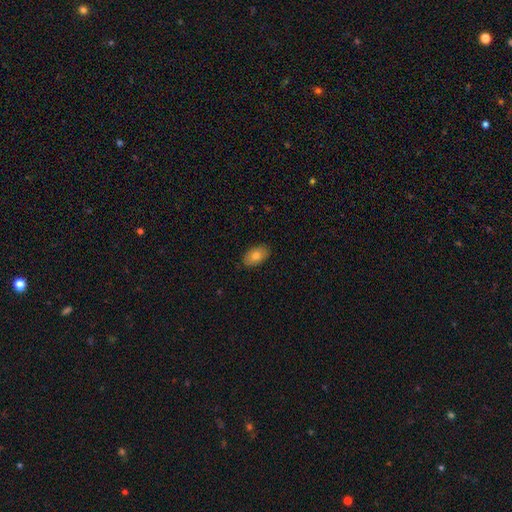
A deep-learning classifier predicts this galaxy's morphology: This is likely a smooth galaxy (78%). How rounded: clearly in between (93%). Merging: clearly none (87%).